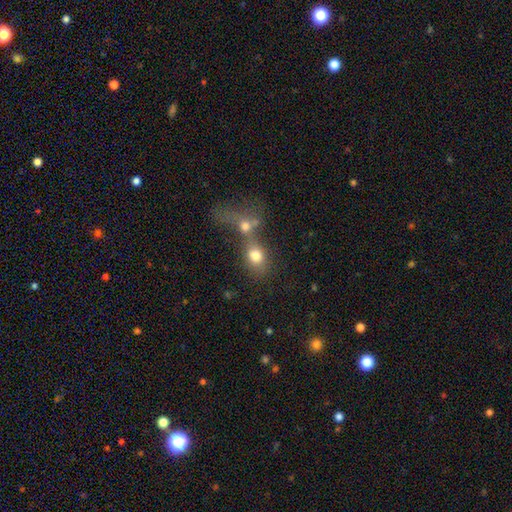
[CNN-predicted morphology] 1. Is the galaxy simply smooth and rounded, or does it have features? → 74% smooth, 14% featured or disk, 12% star or artifact.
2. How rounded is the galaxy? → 52% in between, 45% round, 2% cigar-shaped.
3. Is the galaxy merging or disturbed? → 64% merger, 21% none, 9% major disturbance, 7% minor disturbance.